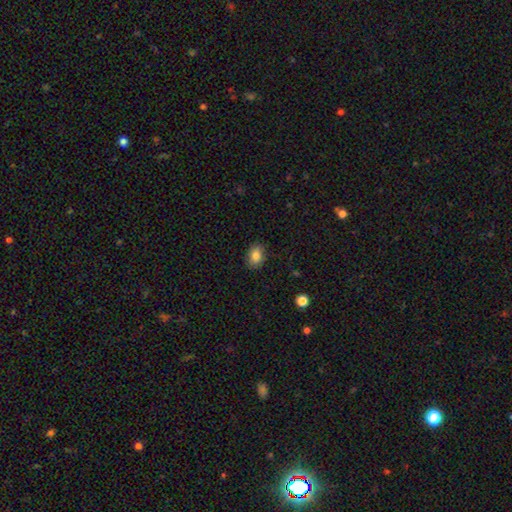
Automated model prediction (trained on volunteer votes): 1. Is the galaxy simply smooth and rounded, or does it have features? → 83% smooth, 9% star or artifact, 8% featured or disk.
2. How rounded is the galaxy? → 77% in between, 22% round, 1% cigar-shaped.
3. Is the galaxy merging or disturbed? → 86% none, 10% minor disturbance, 2% major disturbance, 1% merger.